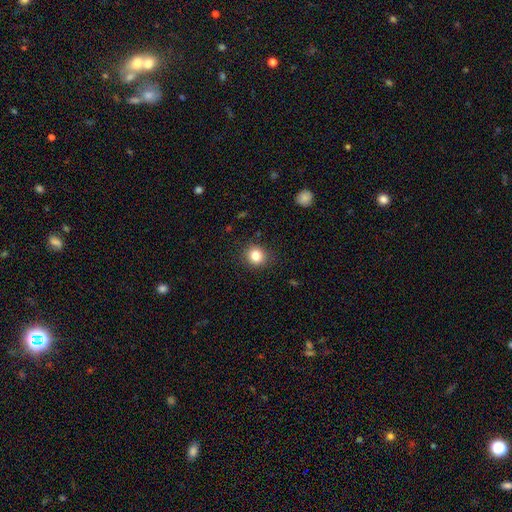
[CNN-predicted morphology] This appears to be a smooth galaxy with no disk features (84%) that is round (84%). Merging: none (88%).